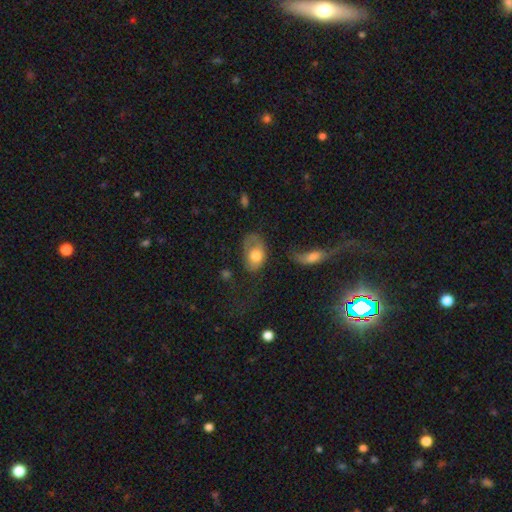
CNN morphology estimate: smooth-or-featured: smooth: 67% | featured or disk: 26% | star or artifact: 7%
  how-rounded: in between: 88% | round: 11% | cigar-shaped: 2%
  merging: none: 33% | major disturbance: 32% | minor disturbance: 29% | merger: 6%